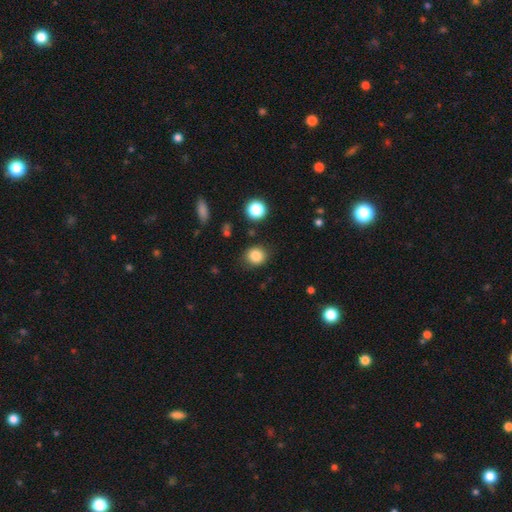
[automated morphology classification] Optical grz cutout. It shows a smooth galaxy with no disk features (84%) that is round (78%). Merging: none (84%).